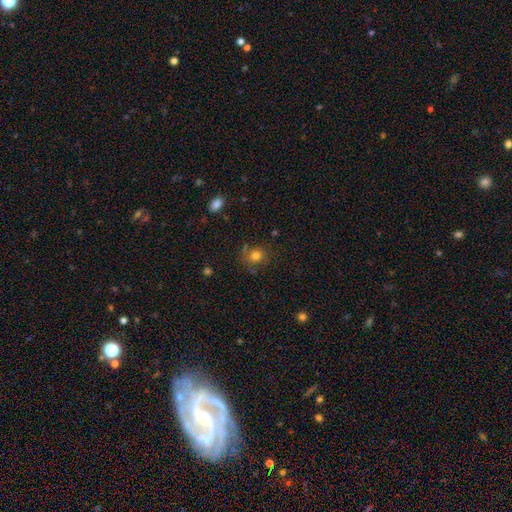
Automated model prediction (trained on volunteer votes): This appears to be a smooth galaxy with no disk features (78%) that is round (75%). Merging: none (73%).